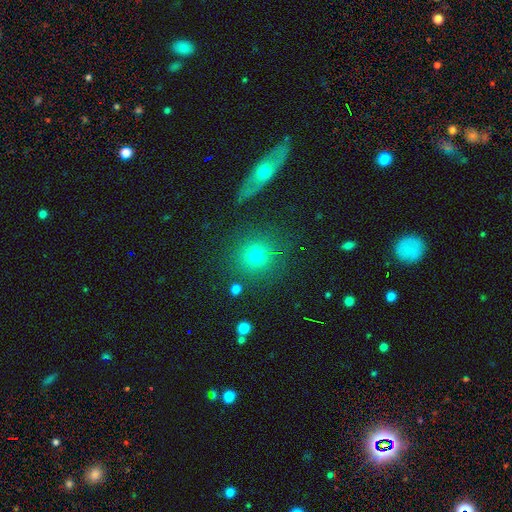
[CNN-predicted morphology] A smooth galaxy with no disk features (69%) that is round (91%). Merging: none (82%).